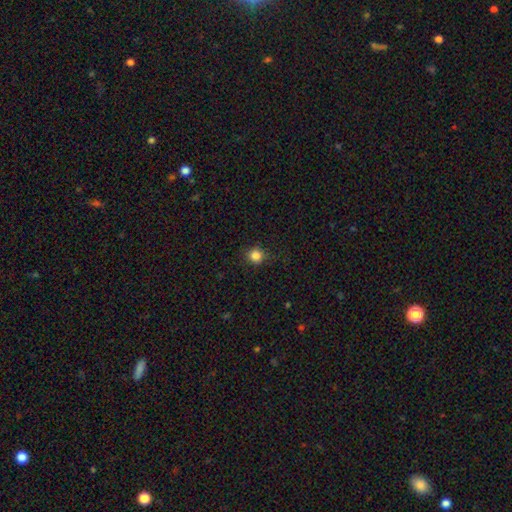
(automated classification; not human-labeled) The model was most divided on "smooth or featured": smooth: 84%, star or artifact: 12%, featured or disk: 4%. More confident: how rounded — round (90%); merging — none (85%).